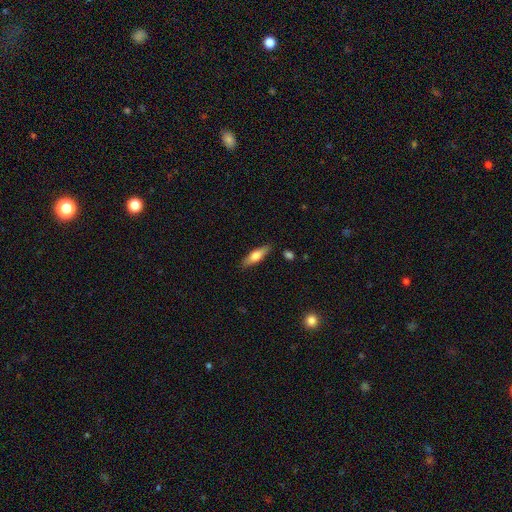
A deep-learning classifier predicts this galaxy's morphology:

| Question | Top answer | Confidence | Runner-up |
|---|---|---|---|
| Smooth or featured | smooth | 56% | featured or disk (38%) |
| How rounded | cigar-shaped | 56% | in between (42%) |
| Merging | none | 85% | minor disturbance (11%) |